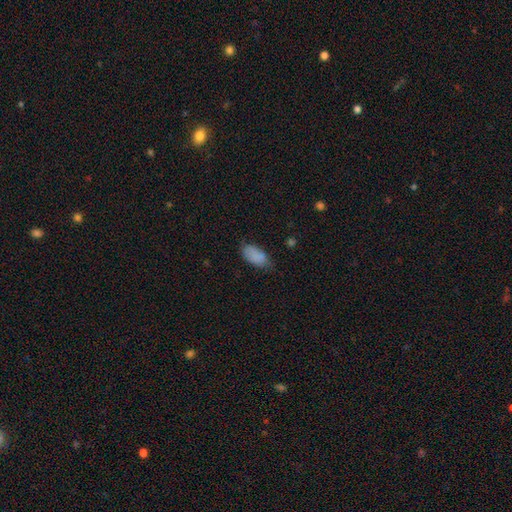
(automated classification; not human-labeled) Overall: smooth (85%). How rounded: in between (93%). Merging: none (63%; minor disturbance 28%).